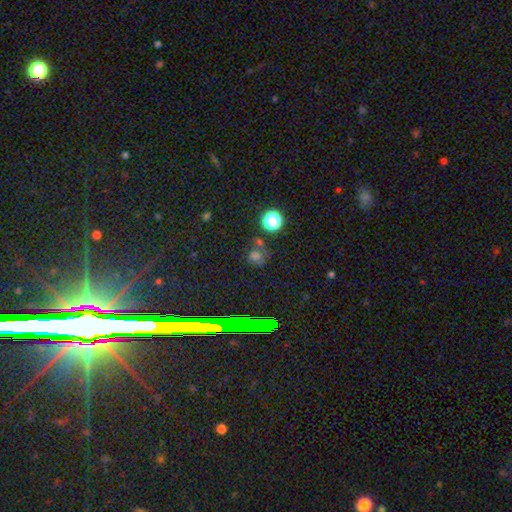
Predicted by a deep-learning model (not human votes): A smooth galaxy with no disk features (53%) that is round (82%). Merging: none (65%).